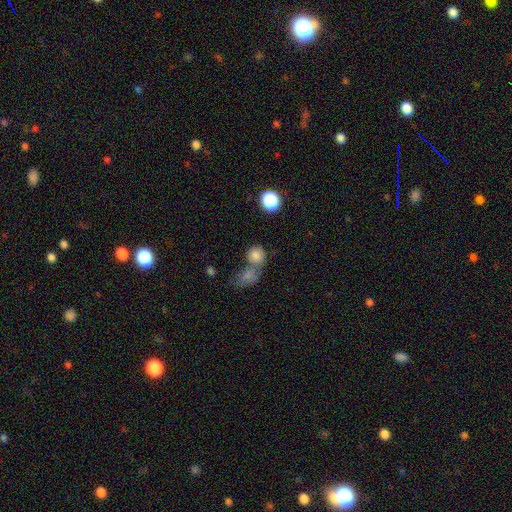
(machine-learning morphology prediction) This is likely a smooth galaxy (79%). How rounded: likely round (76%). Merging: possibly merger (47%).